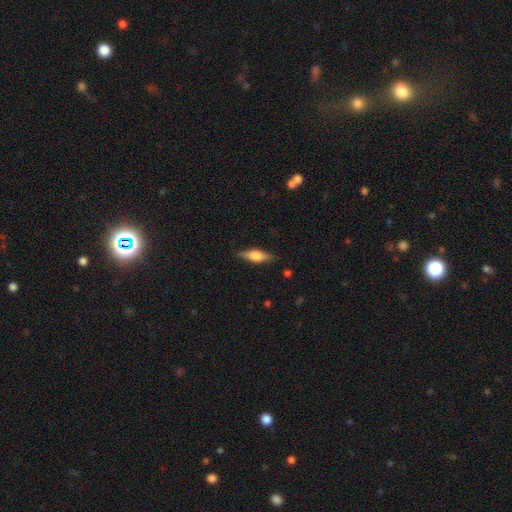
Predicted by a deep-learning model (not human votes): Smooth or featured? smooth (48%)
Merging? none (85%)